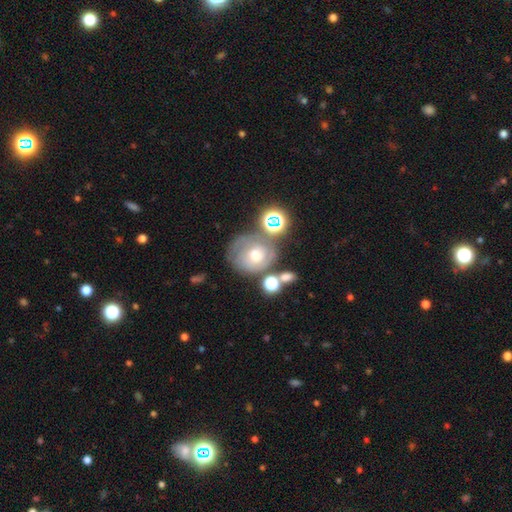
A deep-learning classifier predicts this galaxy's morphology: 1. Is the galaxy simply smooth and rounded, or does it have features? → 54% featured or disk, 29% smooth, 17% star or artifact.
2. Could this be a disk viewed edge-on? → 96% no, 4% yes.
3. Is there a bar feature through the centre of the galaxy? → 77% no, 19% weak, 5% strong.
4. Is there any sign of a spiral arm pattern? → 69% yes, 31% no.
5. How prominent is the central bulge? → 63% moderate, 17% small, 14% large, 3% none, 2% dominant.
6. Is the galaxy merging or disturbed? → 53% none, 19% minor disturbance, 16% merger, 12% major disturbance.